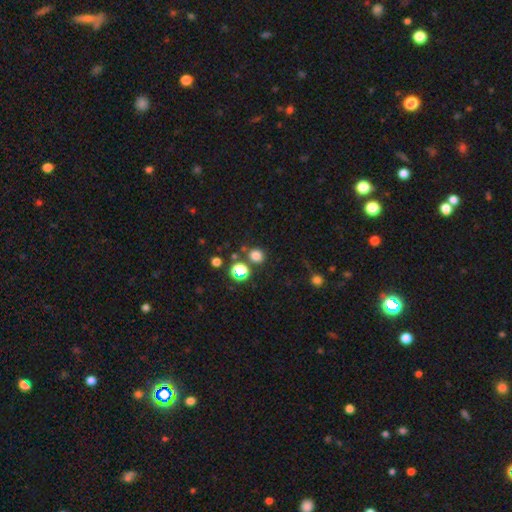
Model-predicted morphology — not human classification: Smooth or featured: smooth — 75% (star or artifact — 20%)
How rounded: round — 86% (in between — 13%)
Merging: none — 79% (merger — 9%)